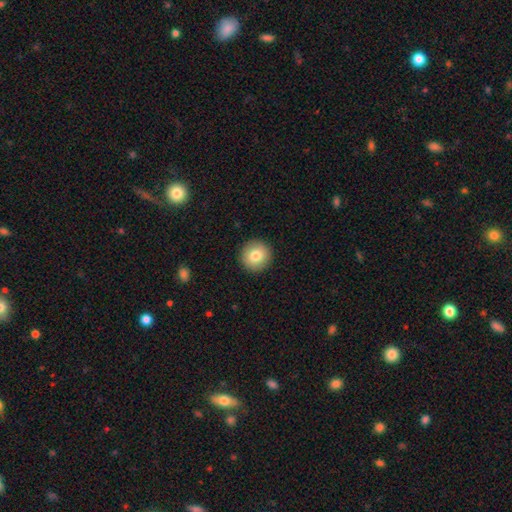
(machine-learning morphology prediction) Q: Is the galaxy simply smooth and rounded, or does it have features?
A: smooth — 81%.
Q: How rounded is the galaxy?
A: round — 95%.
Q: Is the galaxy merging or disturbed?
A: none — 93%.